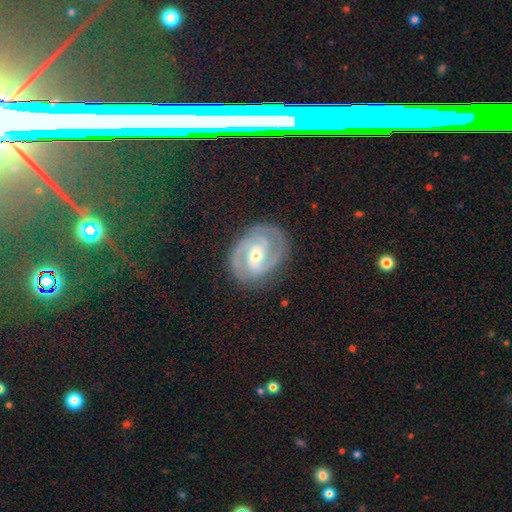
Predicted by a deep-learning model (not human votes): Q: Smooth or featured?
A: featured or disk (88%); runner-up: smooth (7%)
Q: Edge-on disk?
A: no (97%); runner-up: yes (3%)
Q: Bar?
A: weak (42%); runner-up: no (38%)
Q: Spiral arms?
A: yes (97%); runner-up: no (3%)
Q: Spiral winding?
A: tight (52%); runner-up: medium (40%)
Q: Spiral arm count?
A: 2 (73%); runner-up: 3 (14%)
Q: Bulge size?
A: moderate (55%); runner-up: small (41%)
Q: Merging?
A: none (81%); runner-up: minor disturbance (13%)